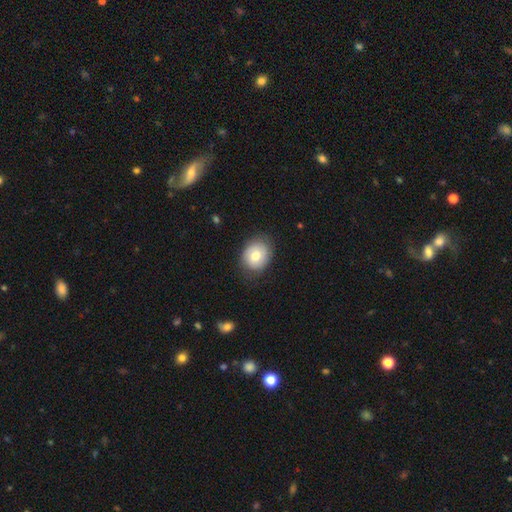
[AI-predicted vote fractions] Smooth or featured? smooth (70%)
How rounded? round (55%)
Merging? none (79%)